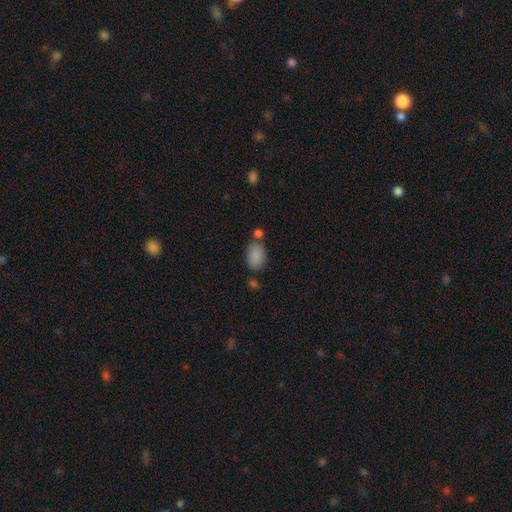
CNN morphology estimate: This is clearly a smooth galaxy (88%). How rounded: clearly in between (89%). Merging: likely none (65%).